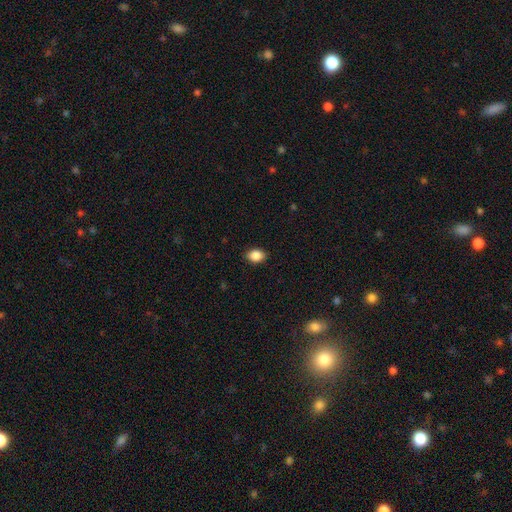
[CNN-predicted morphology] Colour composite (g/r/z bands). It shows a smooth galaxy with no disk features (87%) that is in between round and cigar-shaped (72%). Merging: none (88%).